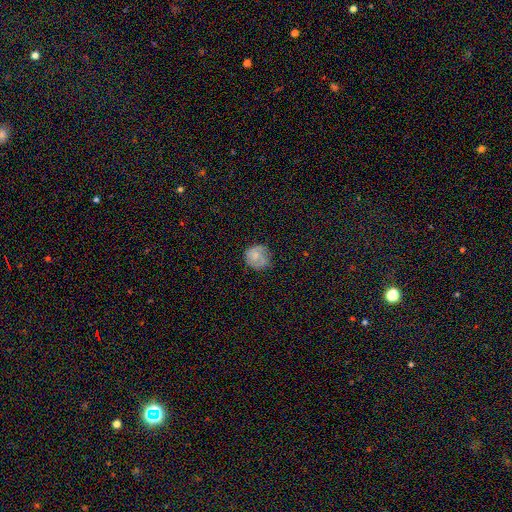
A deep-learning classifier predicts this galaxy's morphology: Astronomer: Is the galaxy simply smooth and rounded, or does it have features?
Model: smooth — 55% (runner-up: featured or disk, 36%).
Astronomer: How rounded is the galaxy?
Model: round — 84%.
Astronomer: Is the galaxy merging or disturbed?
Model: none — 66%.